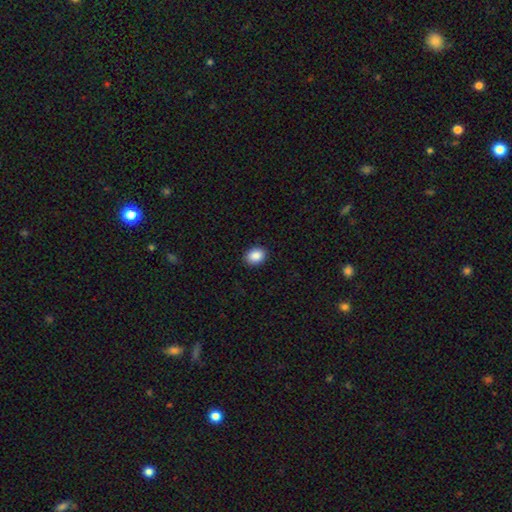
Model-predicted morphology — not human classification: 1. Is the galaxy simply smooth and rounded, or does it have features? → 89% smooth, 8% star or artifact, 3% featured or disk.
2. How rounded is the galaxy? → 57% in between, 42% round, 1% cigar-shaped.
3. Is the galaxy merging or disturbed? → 91% none, 7% minor disturbance, 2% major disturbance, 1% merger.